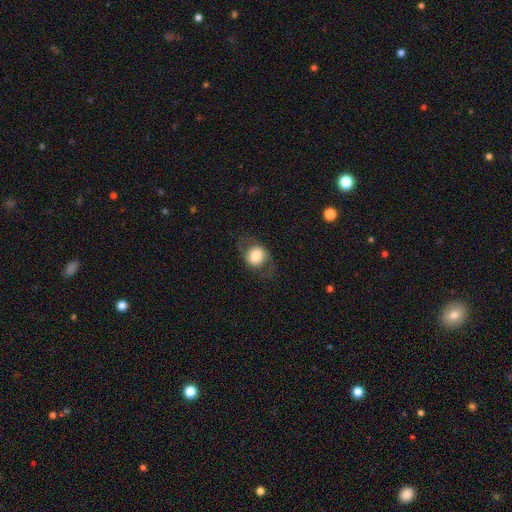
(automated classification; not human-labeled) Smooth or featured? Predicted: smooth (p=0.65). How rounded? Predicted: round (p=0.65). Merging? Predicted: none (p=0.70).